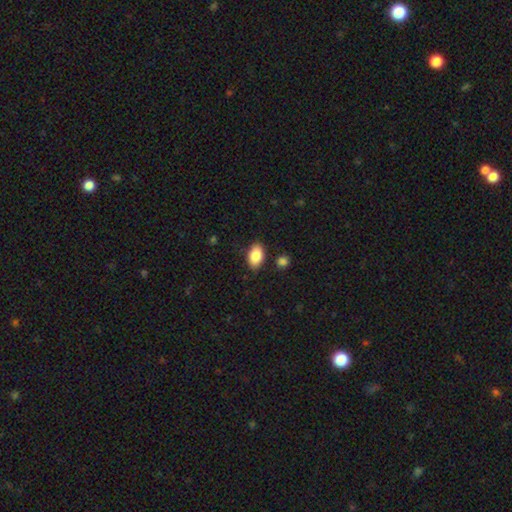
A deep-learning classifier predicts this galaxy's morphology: The model was most divided on "merging": none: 83%, minor disturbance: 11%, merger: 3%, major disturbance: 3%. More confident: how rounded — in between (90%); smooth or featured — smooth (86%).